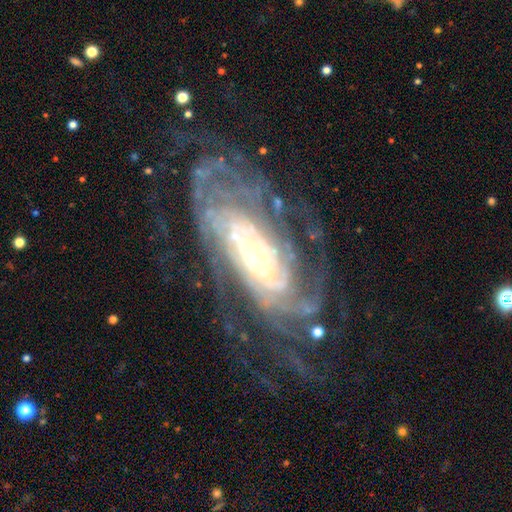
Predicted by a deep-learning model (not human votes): This is clearly a featured or disk galaxy (89%). It is clearly not viewed edge-on (92%). Bar: possibly no (57%). Spiral arm pattern: clearly yes (97%). Spiral arm count: marginally can't tell (28%). Spiral winding: likely tight (71%). Central bulge: possibly small (53%). Merging: likely none (68%).